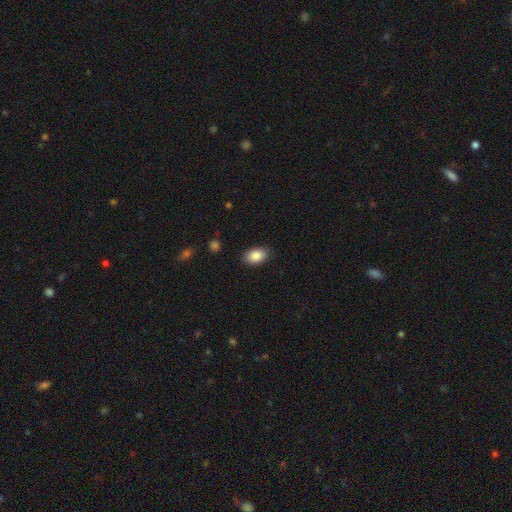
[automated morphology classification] Smooth or featured: smooth — 88% (star or artifact — 7%)
How rounded: in between — 90% (round — 8%)
Merging: none — 86% (minor disturbance — 10%)